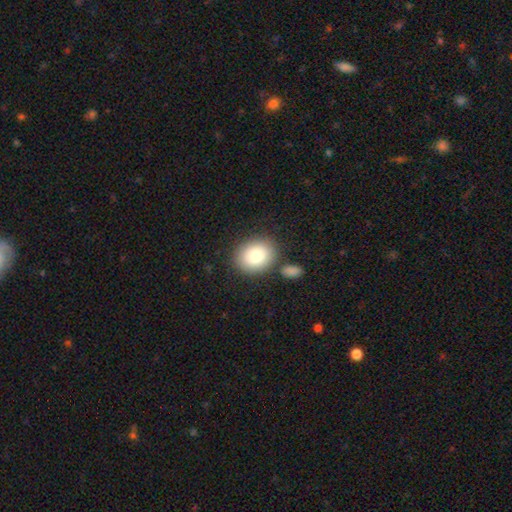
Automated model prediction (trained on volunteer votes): Morphology: type=smooth (84%); roundness=in between (52%); merging=none (77%).